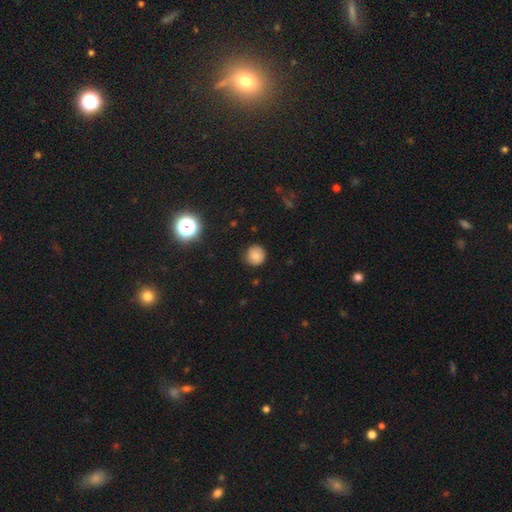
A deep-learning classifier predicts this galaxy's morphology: Smooth or featured? Predicted: smooth (p=0.80). How rounded? Predicted: round (p=0.91). Merging? Predicted: none (p=0.83).